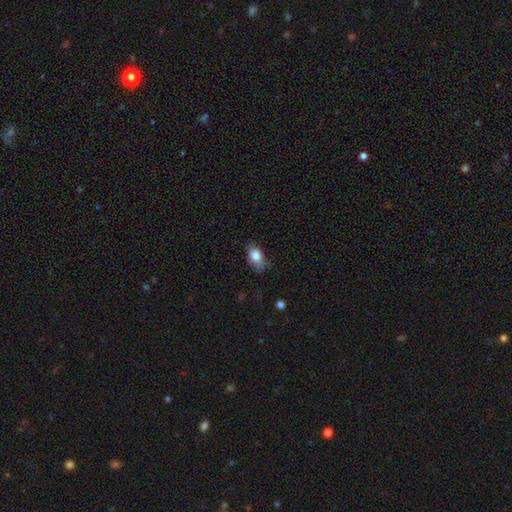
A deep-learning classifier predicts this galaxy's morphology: This is clearly a smooth galaxy (84%). How rounded: clearly in between (86%). Merging: likely none (68%).